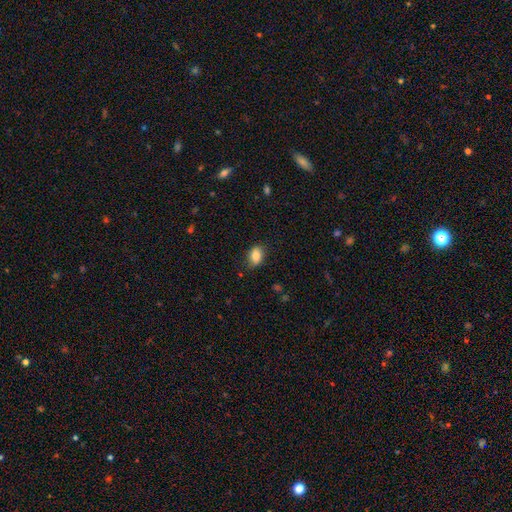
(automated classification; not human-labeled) Smooth or featured? smooth (83%)
How rounded? in between (81%)
Merging? none (80%)